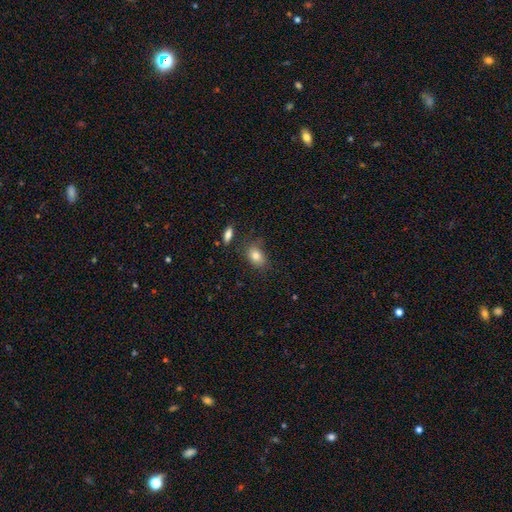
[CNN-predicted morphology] Overall: smooth (82%). How rounded: in between (80%). Merging: none (73%).